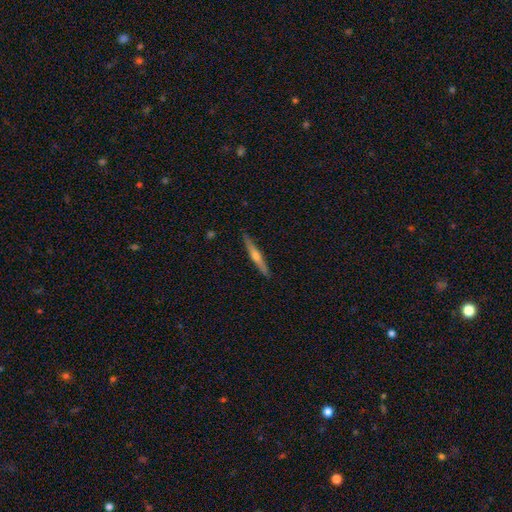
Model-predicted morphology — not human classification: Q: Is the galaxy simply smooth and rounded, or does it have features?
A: featured or disk — 71%.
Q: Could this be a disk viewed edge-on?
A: yes — 98%.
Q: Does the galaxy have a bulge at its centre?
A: rounded — 88%.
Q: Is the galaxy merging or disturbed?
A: none — 92%.